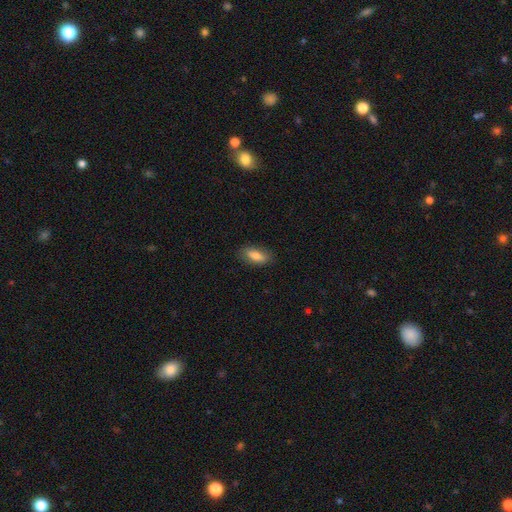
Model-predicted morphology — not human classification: Overall: smooth (79%). How rounded: in between (79%). Merging: none (83%).